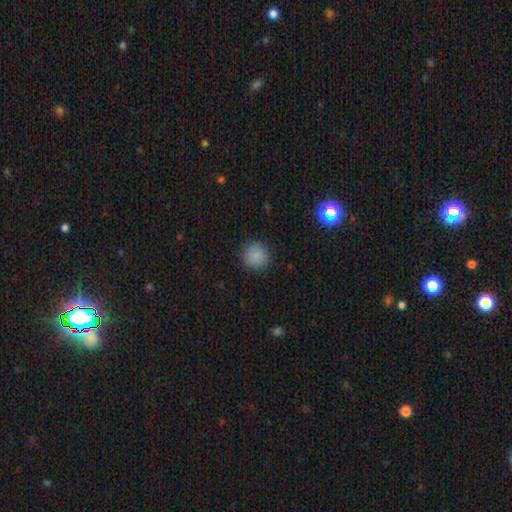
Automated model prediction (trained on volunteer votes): Morphology: type=smooth (86%); roundness=round (88%); merging=none (89%).